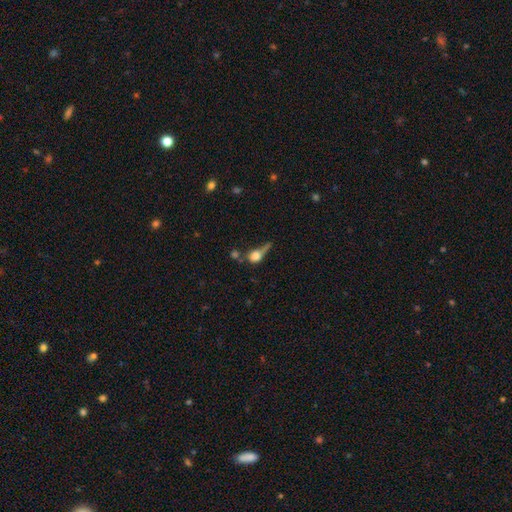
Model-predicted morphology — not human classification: A smooth galaxy with no disk features (67%) that is round (53%). Merging: major disturbance (29%).